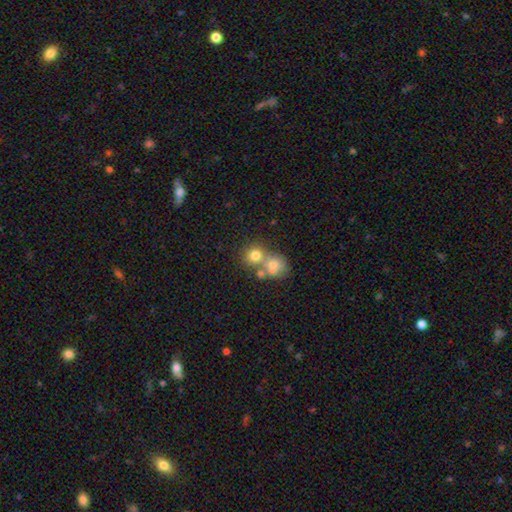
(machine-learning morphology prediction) Smooth or featured?
  - smooth: 69% *
  - featured or disk: 17%
  - star or artifact: 14%
How rounded?
  - round: 78% *
  - in between: 21%
  - cigar-shaped: 1%
Merging?
  - merger: 48% *
  - none: 40%
  - minor disturbance: 8%
  - major disturbance: 4%